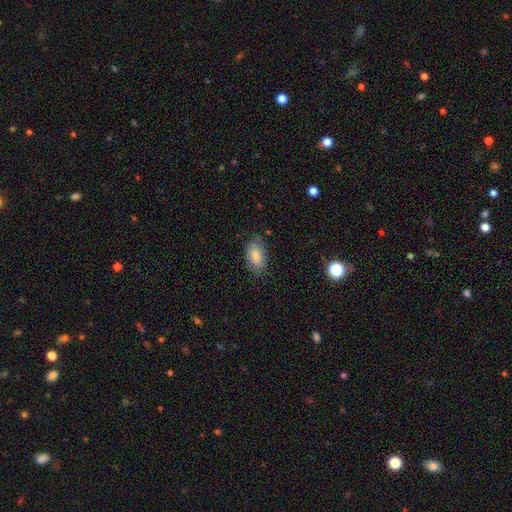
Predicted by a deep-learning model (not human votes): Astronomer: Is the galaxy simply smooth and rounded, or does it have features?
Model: smooth — 81%.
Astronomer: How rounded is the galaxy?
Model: in between — 93%.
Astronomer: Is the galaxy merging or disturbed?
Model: none — 71%.